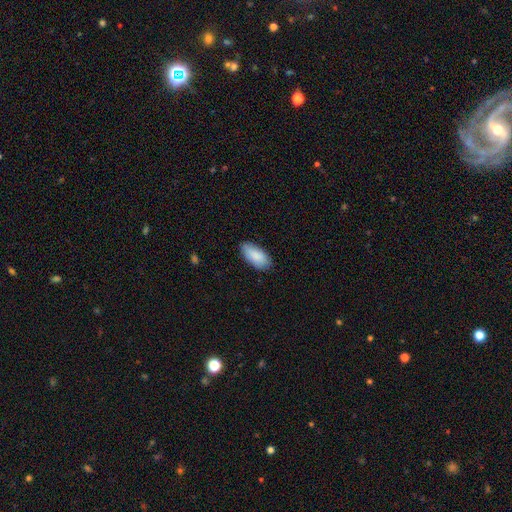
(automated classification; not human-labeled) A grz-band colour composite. It shows a smooth galaxy with no disk features (89%) that is in between round and cigar-shaped (91%). Merging: none (83%).